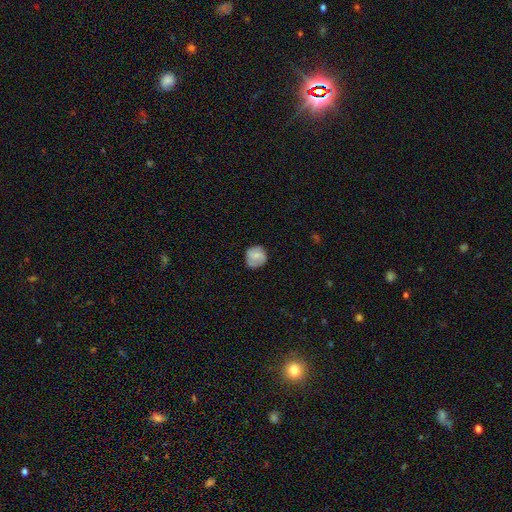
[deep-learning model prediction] A smooth galaxy with no disk features (70%) that is round (87%).

Vote fractions:
- Smooth or featured? smooth: 70% / featured or disk: 22% / star or artifact: 8%
- How rounded? round: 87% / in between: 12% / cigar-shaped: 1%
- Merging? none: 78% / minor disturbance: 17% / major disturbance: 4% / merger: 1%